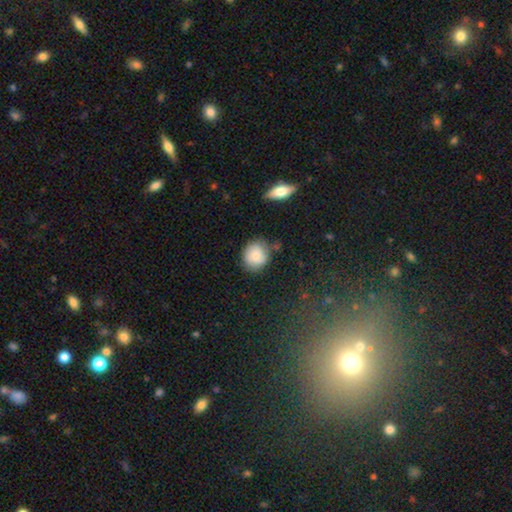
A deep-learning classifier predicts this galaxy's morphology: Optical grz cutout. It shows a smooth galaxy with no disk features (77%) that is round (80%). Merging: none (72%).